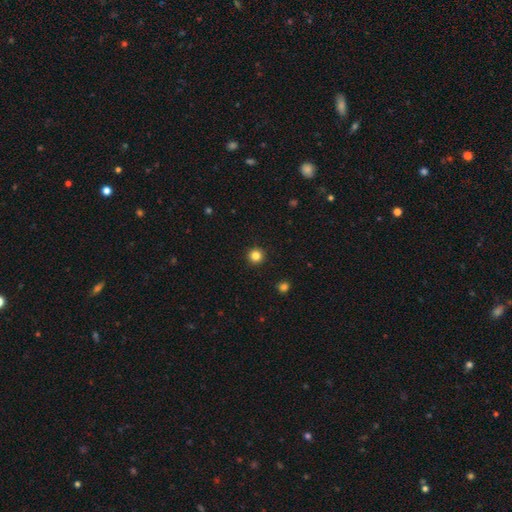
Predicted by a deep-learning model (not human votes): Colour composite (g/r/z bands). It shows a smooth galaxy with no disk features (84%) that is round (96%). Merging: none (93%).